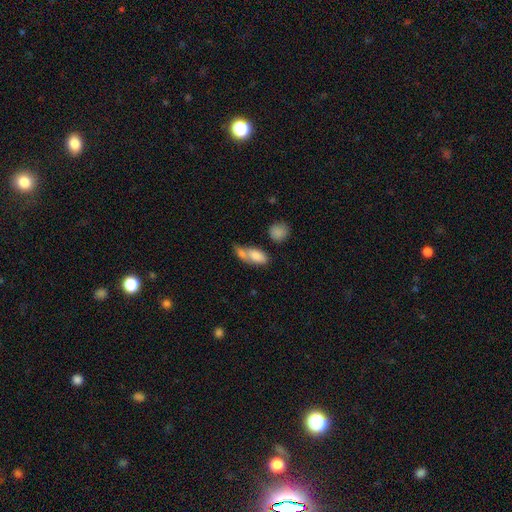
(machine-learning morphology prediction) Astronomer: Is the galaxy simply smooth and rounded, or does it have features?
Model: smooth — 79%.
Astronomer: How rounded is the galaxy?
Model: in between — 85%.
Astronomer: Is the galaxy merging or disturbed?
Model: merger — 50% (runner-up: none, 29%).